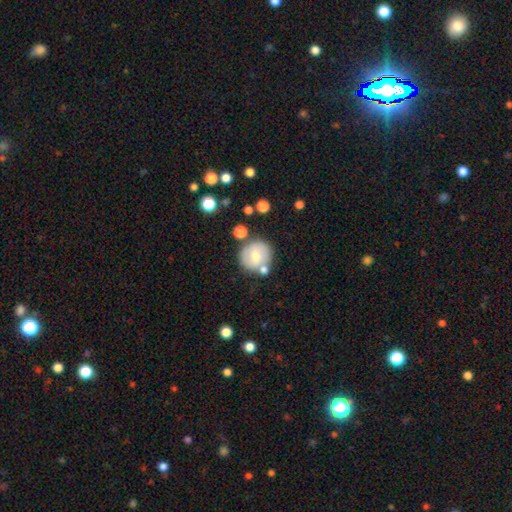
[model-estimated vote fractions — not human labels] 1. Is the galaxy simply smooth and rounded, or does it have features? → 62% smooth, 30% featured or disk, 8% star or artifact.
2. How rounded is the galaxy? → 91% round, 8% in between, 1% cigar-shaped.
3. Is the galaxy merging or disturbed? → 72% none, 12% minor disturbance, 12% merger, 4% major disturbance.